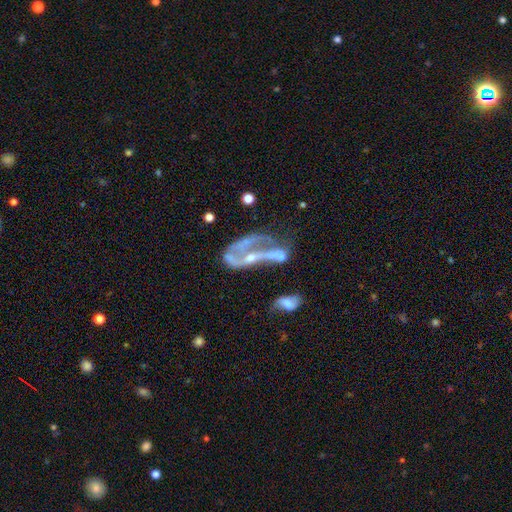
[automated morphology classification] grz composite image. It shows a featured or disk galaxy (76%) with no bar (50%), spiral arms (64%) and a small central bulge (55%). Merging: merger (39%).